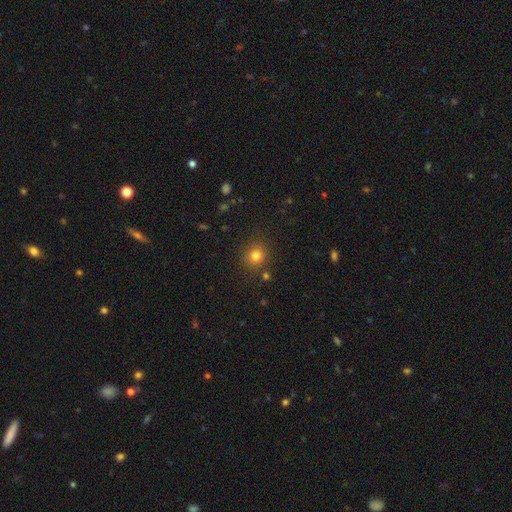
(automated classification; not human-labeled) Q: Smooth or featured?
A: smooth (78%); runner-up: star or artifact (14%)
Q: How rounded?
A: round (84%); runner-up: in between (15%)
Q: Merging?
A: none (84%); runner-up: minor disturbance (9%)